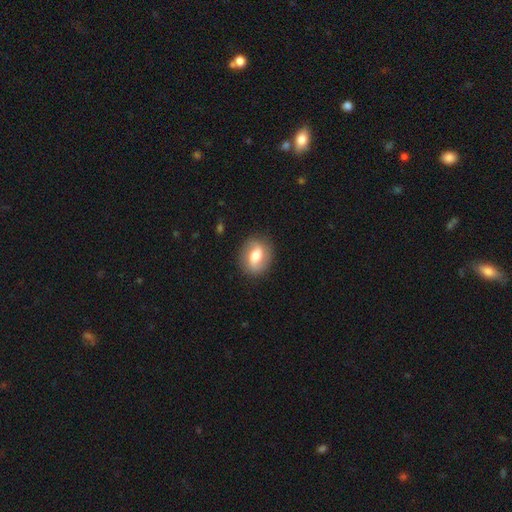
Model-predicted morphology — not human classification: A smooth galaxy with no disk features (51%) that is in between round and cigar-shaped (50%). Merging: none (85%).